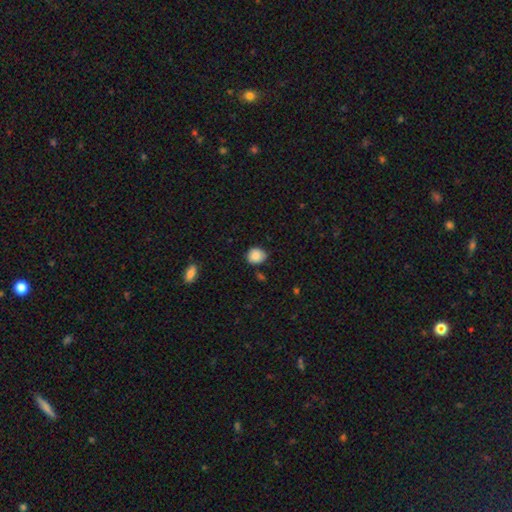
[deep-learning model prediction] Smooth or featured? Predicted: smooth (p=0.87). How rounded? Predicted: round (p=0.78). Merging? Predicted: none (p=0.74).